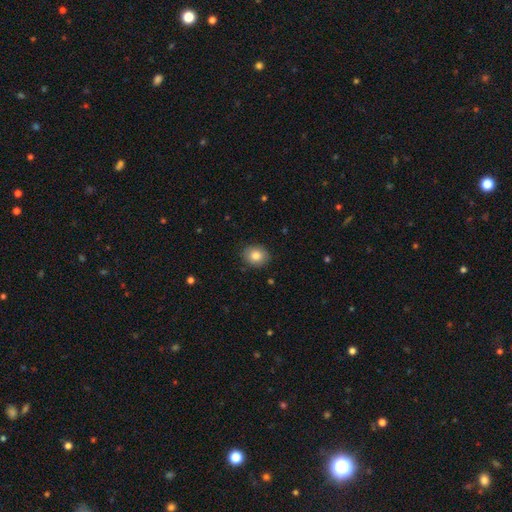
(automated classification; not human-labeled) Smooth or featured?
  - smooth: 84% *
  - star or artifact: 9%
  - featured or disk: 8%
How rounded?
  - round: 60% *
  - in between: 39%
  - cigar-shaped: 1%
Merging?
  - none: 88% *
  - minor disturbance: 9%
  - major disturbance: 2%
  - merger: 1%